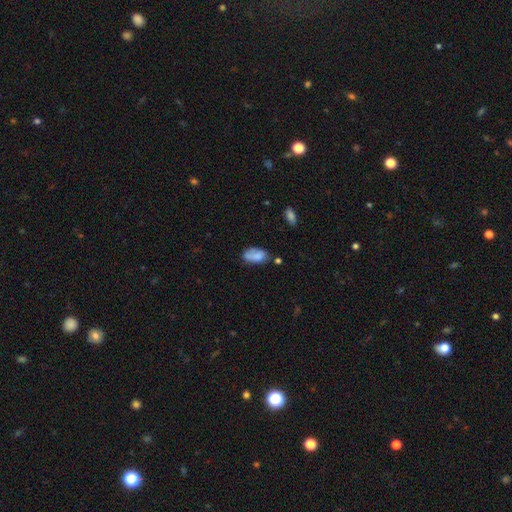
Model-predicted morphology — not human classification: A smooth galaxy with no disk features (75%) that is in between round and cigar-shaped (91%). Merging: none (53%).